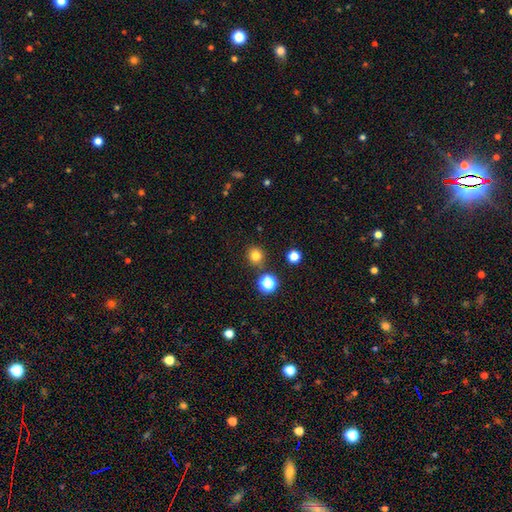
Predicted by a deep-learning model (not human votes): A smooth galaxy with no disk features (79%) that is round (91%). Merging: none (87%).